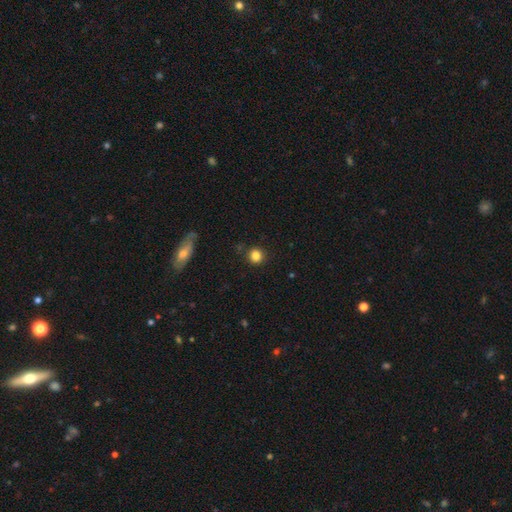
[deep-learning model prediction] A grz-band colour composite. It shows a smooth galaxy with no disk features (85%) that is round (90%). Merging: none (87%).